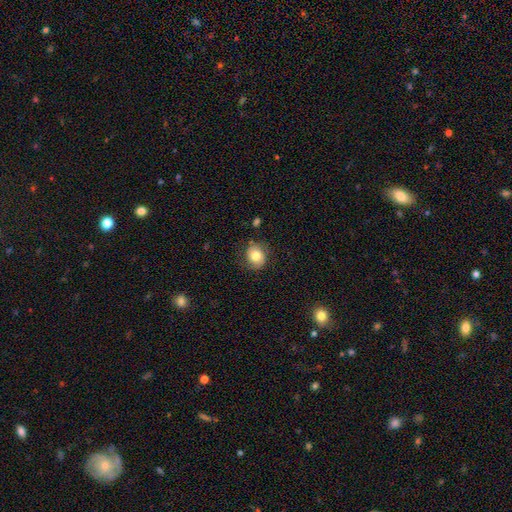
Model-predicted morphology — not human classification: smooth 69%, featured or disk 23%, star or artifact 8%. Down the decision tree: how rounded — round (67%); merging — none (76%).